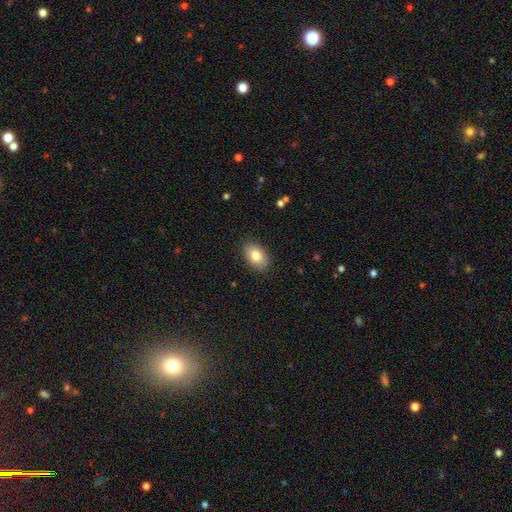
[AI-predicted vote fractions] smooth-or-featured: smooth: 83% | featured or disk: 10% | star or artifact: 7%
  how-rounded: in between: 89% | round: 10% | cigar-shaped: 1%
  merging: none: 87% | minor disturbance: 10% | major disturbance: 2% | merger: 1%